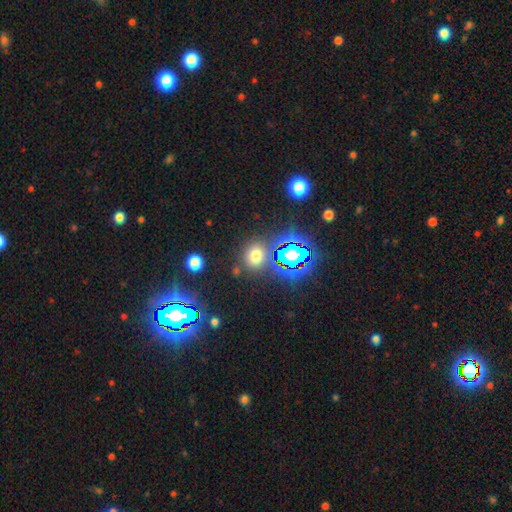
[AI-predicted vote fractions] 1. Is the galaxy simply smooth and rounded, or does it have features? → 59% smooth, 33% star or artifact, 8% featured or disk.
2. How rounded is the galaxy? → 72% round, 26% in between, 2% cigar-shaped.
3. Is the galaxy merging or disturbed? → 79% none, 9% minor disturbance, 8% merger, 4% major disturbance.